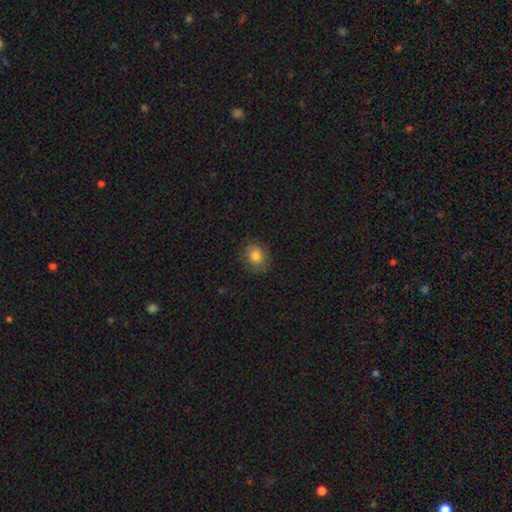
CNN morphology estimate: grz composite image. It shows a smooth galaxy with no disk features (81%) that is round (67%). Merging: none (82%).